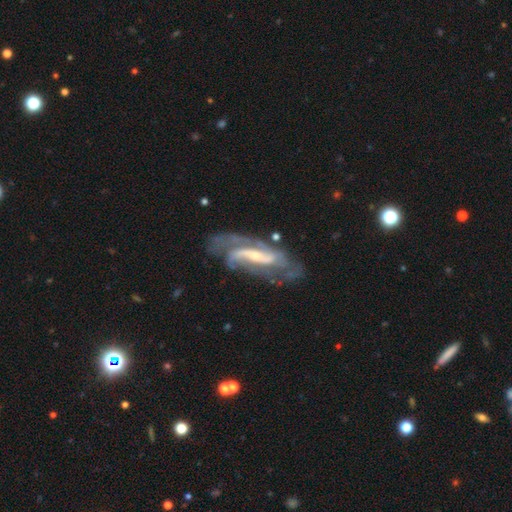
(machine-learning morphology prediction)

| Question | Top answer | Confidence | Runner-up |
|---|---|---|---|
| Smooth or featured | featured or disk | 88% | smooth (7%) |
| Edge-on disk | no | 91% | yes (9%) |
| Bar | strong | 44% | weak (34%) |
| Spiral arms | yes | 95% | no (5%) |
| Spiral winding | medium | 48% | tight (27%) |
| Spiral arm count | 2 | 73% | can't tell (11%) |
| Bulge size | small | 61% | moderate (32%) |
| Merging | none | 64% | minor disturbance (19%) |